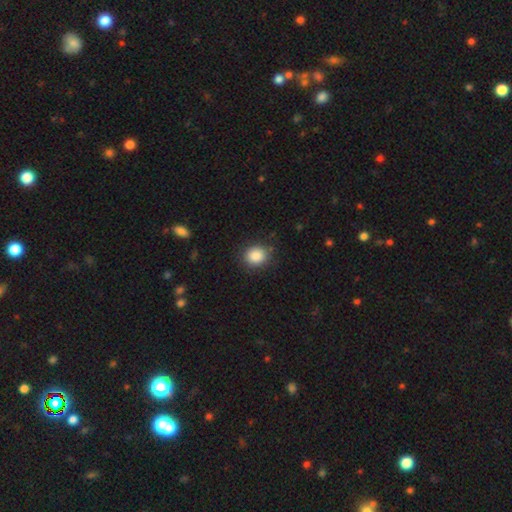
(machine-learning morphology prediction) This is clearly a smooth galaxy (87%). How rounded: likely round (76%). Merging: clearly none (86%).